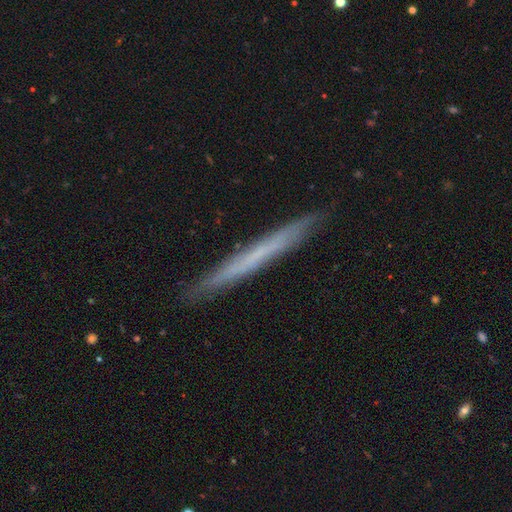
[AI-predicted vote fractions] smooth_or_featured: smooth (p=0.47) [alt: featured or disk p=0.46]
merging: none (p=0.90) [alt: minor disturbance p=0.08]